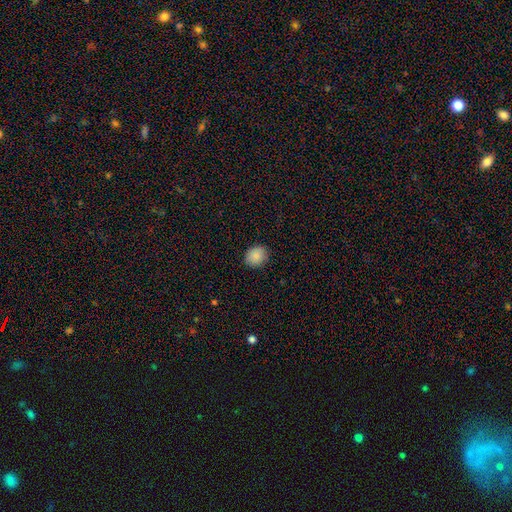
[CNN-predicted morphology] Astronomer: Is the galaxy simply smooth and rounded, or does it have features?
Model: smooth — 88%.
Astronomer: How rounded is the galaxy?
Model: round — 66%.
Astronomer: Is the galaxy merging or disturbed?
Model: none — 88%.